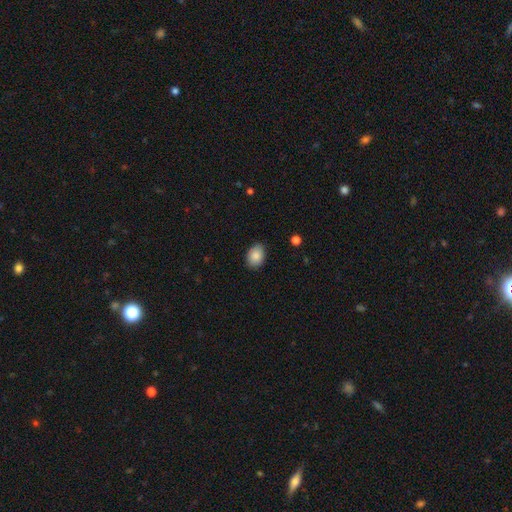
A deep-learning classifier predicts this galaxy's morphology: type=smooth (87%); roundness=in between (75%); merging=none (85%).